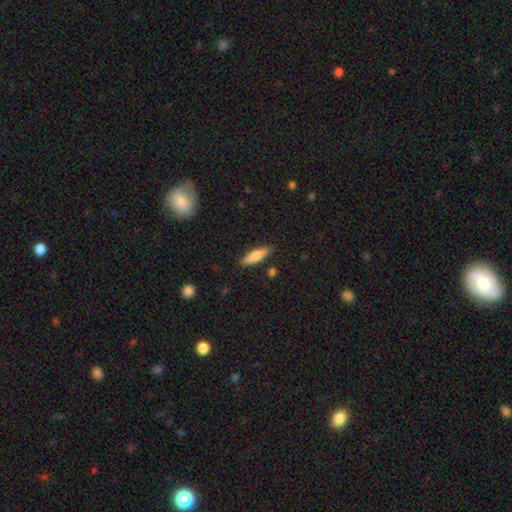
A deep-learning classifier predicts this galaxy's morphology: Q: Smooth or featured?
A: smooth (70%); runner-up: featured or disk (24%)
Q: How rounded?
A: cigar-shaped (69%); runner-up: in between (29%)
Q: Merging?
A: none (87%); runner-up: minor disturbance (9%)